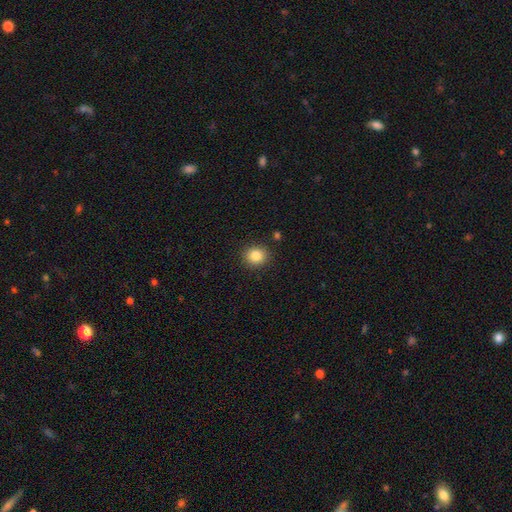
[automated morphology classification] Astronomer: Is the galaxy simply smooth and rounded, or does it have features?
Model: smooth — 85%.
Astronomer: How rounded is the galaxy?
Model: round — 82%.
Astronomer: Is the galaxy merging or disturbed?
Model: none — 89%.